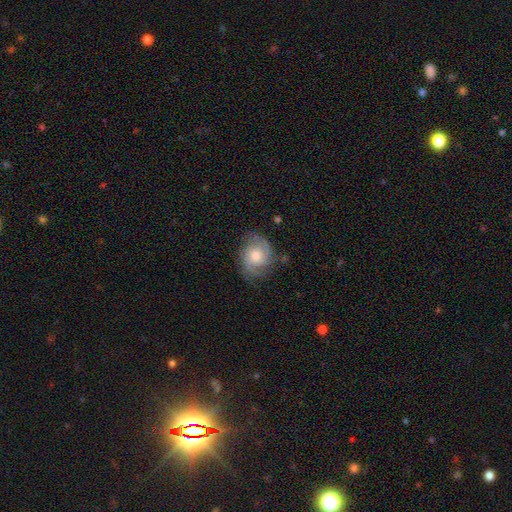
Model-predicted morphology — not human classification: Overall: featured or disk (75%). Edge-on disk: no (97%). Bar: no (70%). Spiral arms: yes (95%). Spiral arm count: 2 (62%). Spiral winding: medium (43%; tight 42%). Bulge size: moderate (63%). Merging: none (73%).